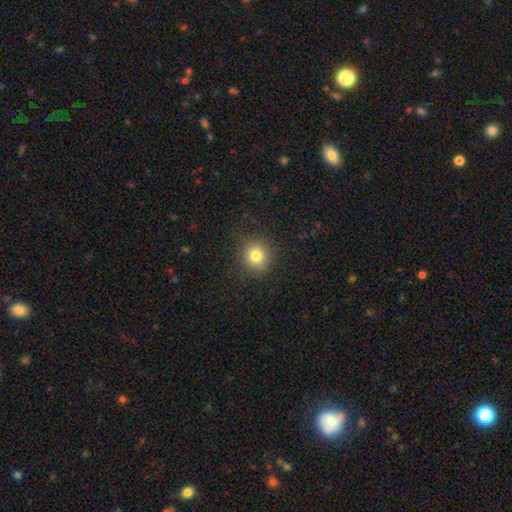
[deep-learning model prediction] Smooth or featured? smooth (80%)
How rounded? round (88%)
Merging? none (89%)